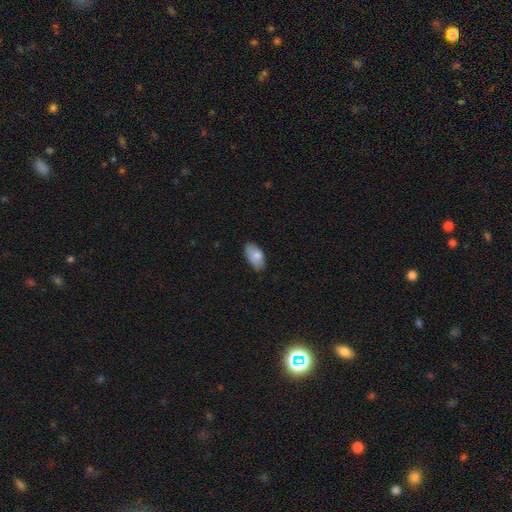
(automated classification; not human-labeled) This is clearly a smooth galaxy (82%). How rounded: clearly in between (94%). Merging: likely none (78%).